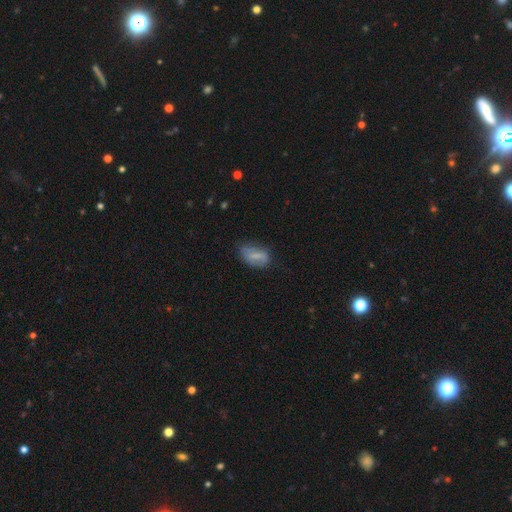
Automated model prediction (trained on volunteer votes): This is possibly a smooth galaxy (60%). How rounded: clearly in between (88%). Merging: possibly none (57%).